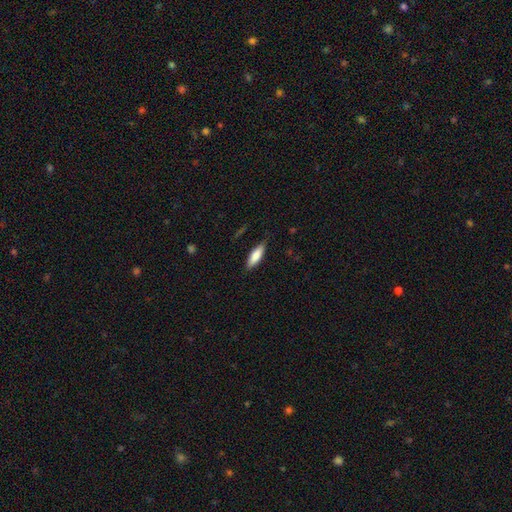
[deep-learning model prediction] This is likely a smooth galaxy (79%). How rounded: possibly in between (54%). Merging: clearly none (83%).